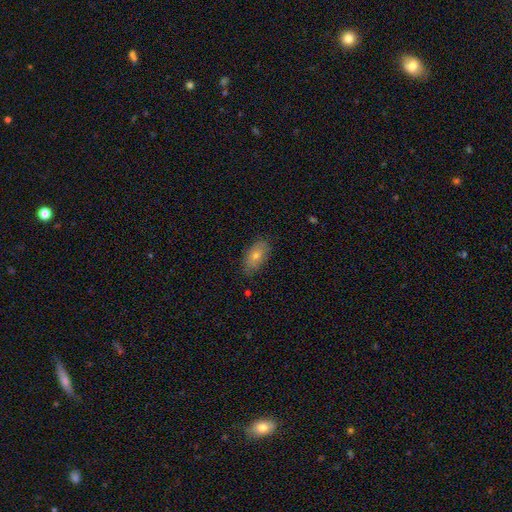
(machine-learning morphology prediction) smooth-or-featured: smooth: 65% | featured or disk: 26% | star or artifact: 10%
  how-rounded: in between: 89% | round: 6% | cigar-shaped: 6%
  merging: none: 80% | minor disturbance: 16% | major disturbance: 3% | merger: 1%